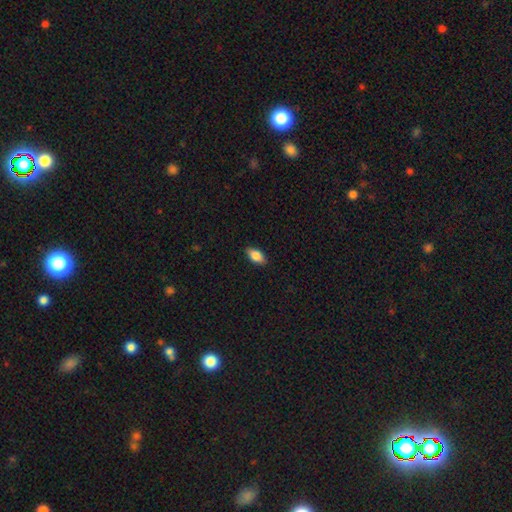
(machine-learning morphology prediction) Smooth or featured?
  - smooth: 82% *
  - featured or disk: 11%
  - star or artifact: 7%
How rounded?
  - in between: 89% *
  - cigar-shaped: 7%
  - round: 4%
Merging?
  - none: 88% *
  - minor disturbance: 9%
  - major disturbance: 2%
  - merger: 1%